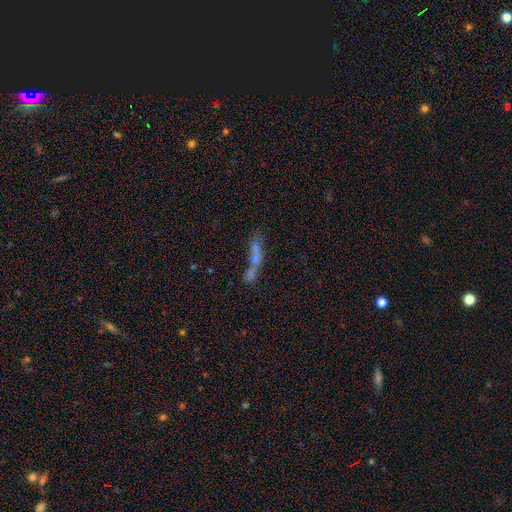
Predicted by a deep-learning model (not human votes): smooth 46%, featured or disk 36%, star or artifact 19%. Down the decision tree: merging — merger (52%).